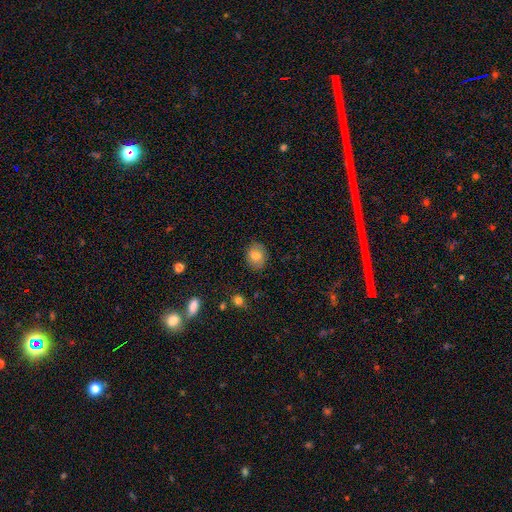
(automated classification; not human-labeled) Smooth or featured: smooth — 79% (featured or disk — 12%)
How rounded: round — 54% (in between — 45%)
Merging: none — 86% (minor disturbance — 11%)